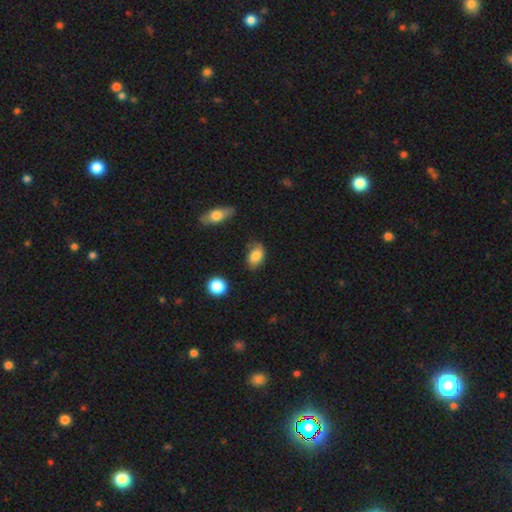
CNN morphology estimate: type=smooth (81%); roundness=in between (84%); merging=none (65%).